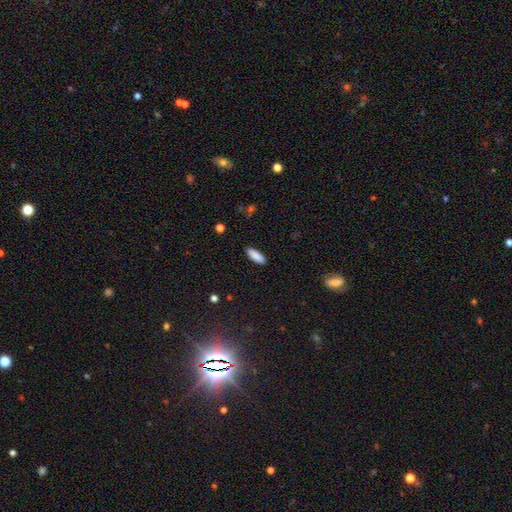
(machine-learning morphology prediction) A smooth galaxy with no disk features (88%) that is in between round and cigar-shaped (61%).

Vote fractions:
- Smooth or featured? smooth: 88% / star or artifact: 7% / featured or disk: 5%
- How rounded? in between: 61% / cigar-shaped: 37% / round: 2%
- Merging? none: 89% / minor disturbance: 8% / major disturbance: 2% / merger: 1%